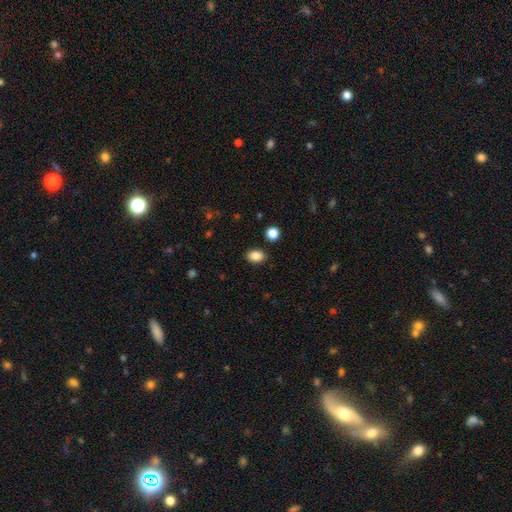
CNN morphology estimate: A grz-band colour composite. It shows a smooth galaxy with no disk features (86%) that is in between round and cigar-shaped (76%). Merging: none (88%).